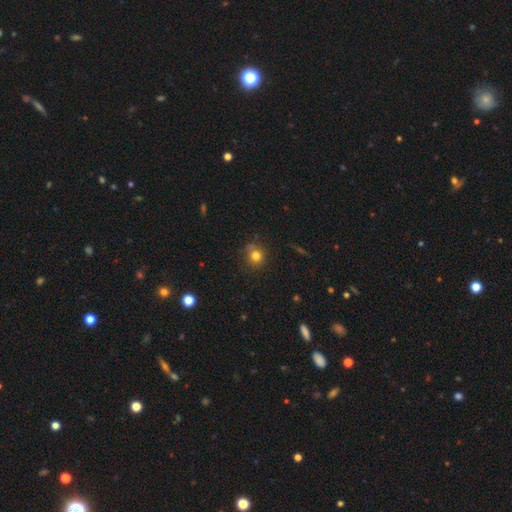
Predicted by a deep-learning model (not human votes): A smooth galaxy with no disk features (78%) that is round (86%). Merging: none (75%).